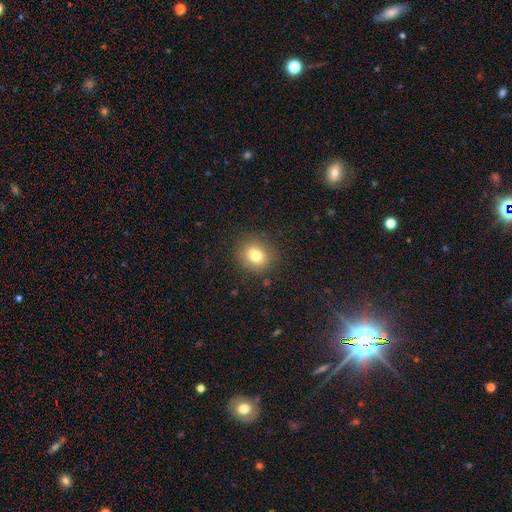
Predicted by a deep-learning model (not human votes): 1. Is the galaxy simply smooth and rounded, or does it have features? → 76% smooth, 12% star or artifact, 12% featured or disk.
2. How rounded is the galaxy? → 73% round, 26% in between, 1% cigar-shaped.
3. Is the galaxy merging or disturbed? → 84% none, 11% minor disturbance, 4% major disturbance, 2% merger.